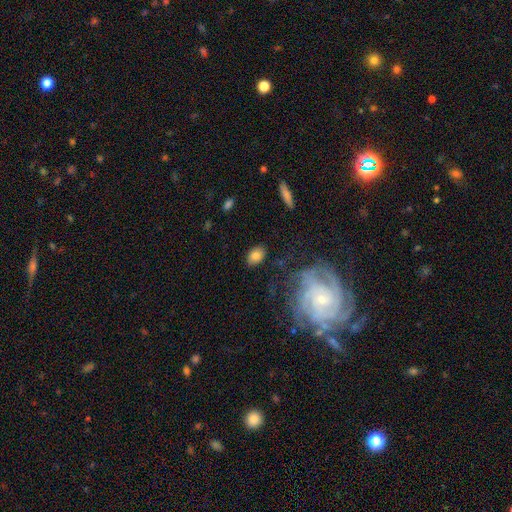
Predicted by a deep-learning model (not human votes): Overall: smooth (78%). How rounded: in between (79%). Merging: none (82%).